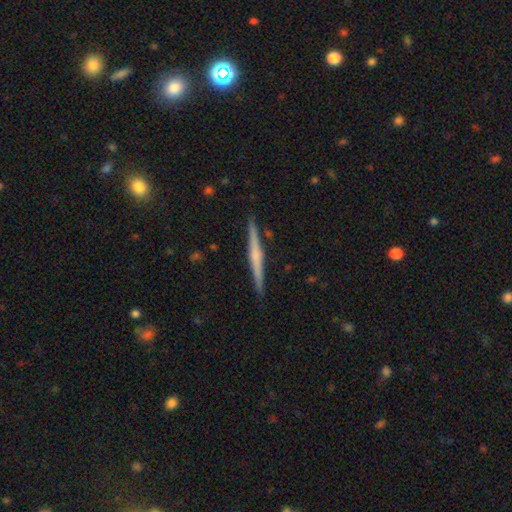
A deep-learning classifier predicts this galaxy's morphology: Overall: featured or disk (64%; smooth 30%). Edge-on disk: yes (98%). Edge-on bulge: rounded (49%; none 39%). Merging: none (91%).